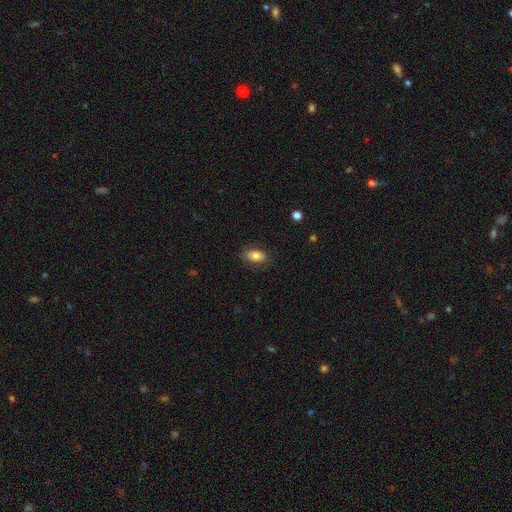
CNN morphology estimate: This appears to be a smooth galaxy with no disk features (77%) that is in between round and cigar-shaped (90%). Merging: none (76%).